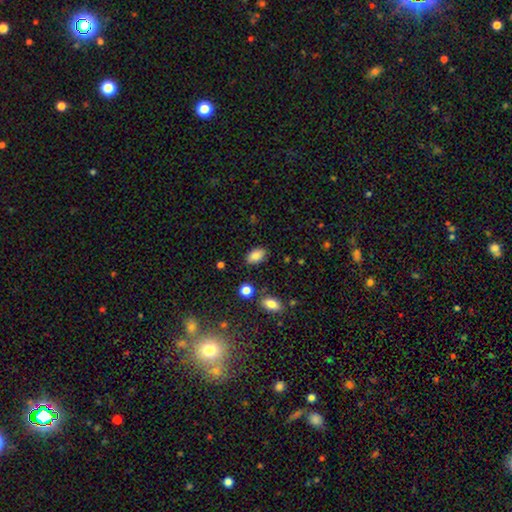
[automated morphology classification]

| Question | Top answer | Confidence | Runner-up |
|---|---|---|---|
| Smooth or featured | smooth | 86% | star or artifact (8%) |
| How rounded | in between | 91% | round (7%) |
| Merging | none | 84% | minor disturbance (11%) |